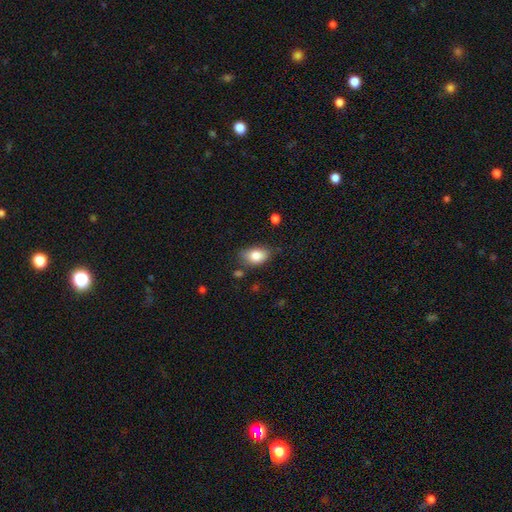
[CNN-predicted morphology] Smooth or featured? Predicted: smooth (p=0.83). How rounded? Predicted: in between (p=0.86). Merging? Predicted: none (p=0.70).